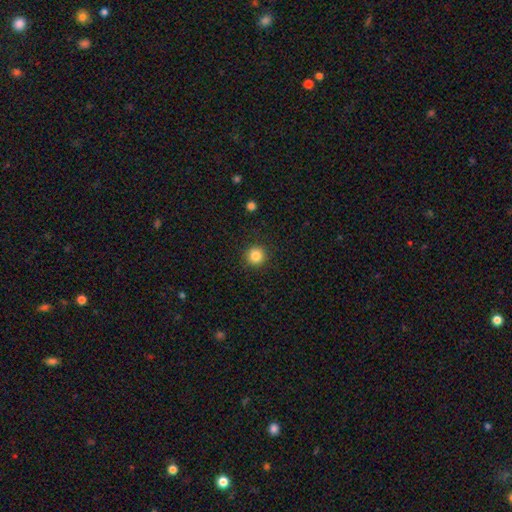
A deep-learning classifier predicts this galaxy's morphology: type=smooth (84%); roundness=round (95%); merging=none (91%).